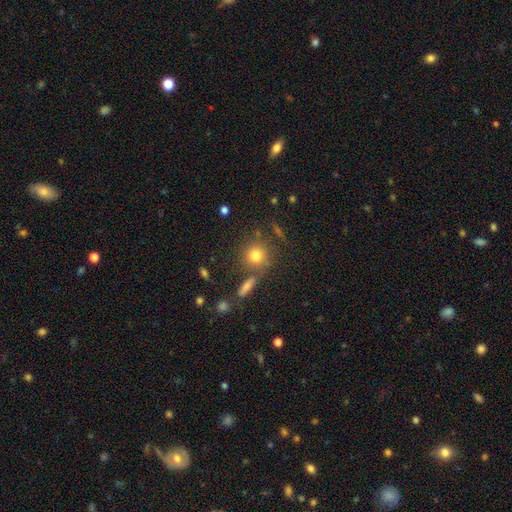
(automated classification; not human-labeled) The model was most divided on "merging": none: 72%, merger: 13%, minor disturbance: 11%, major disturbance: 4%. More confident: how rounded — round (87%); smooth or featured — smooth (77%).